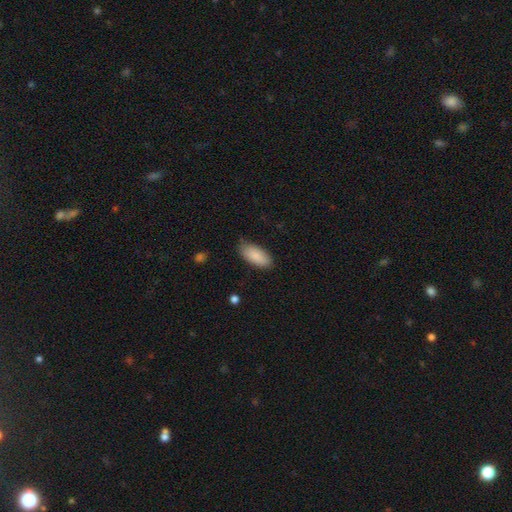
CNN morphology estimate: smooth-or-featured: smooth: 88% | featured or disk: 6% | star or artifact: 6%
  how-rounded: in between: 89% | cigar-shaped: 9% | round: 2%
  merging: none: 79% | minor disturbance: 17% | major disturbance: 3% | merger: 1%